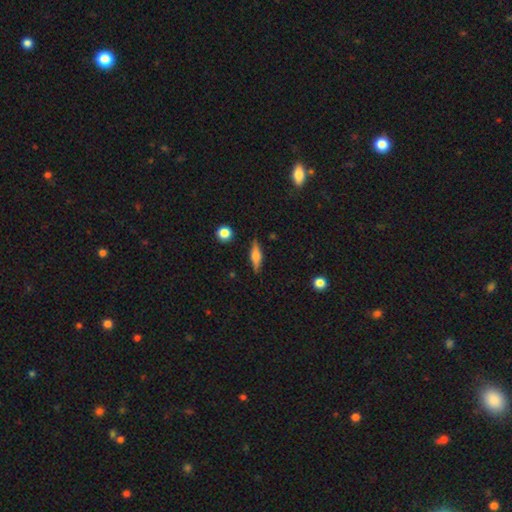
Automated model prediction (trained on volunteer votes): Smooth or featured? featured or disk (46%, tied with smooth)
Merging? none (85%)